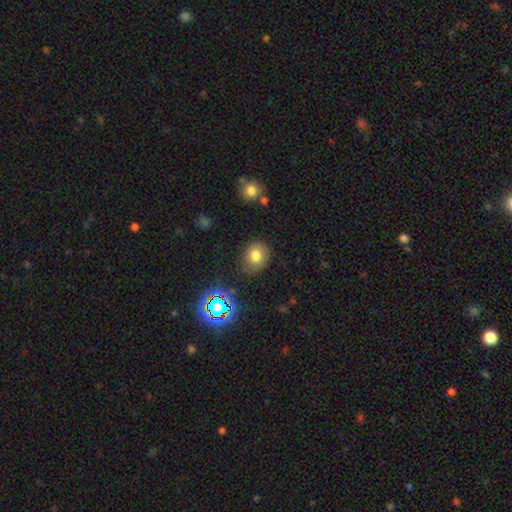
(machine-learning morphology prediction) Smooth or featured: smooth — 77% (star or artifact — 14%)
How rounded: round — 67% (in between — 32%)
Merging: none — 82% (minor disturbance — 12%)